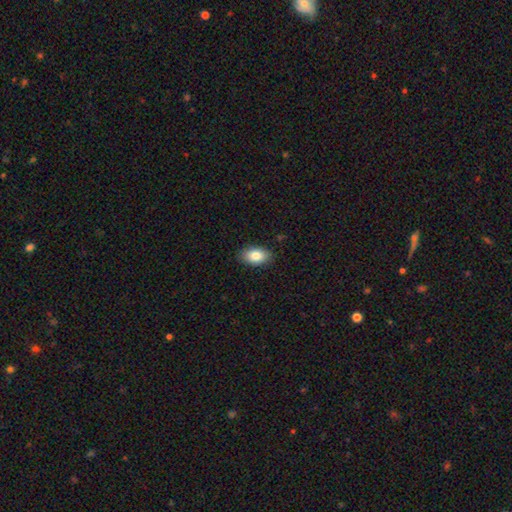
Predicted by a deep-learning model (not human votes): Morphology: type=smooth (84%); roundness=in between (91%); merging=none (88%).